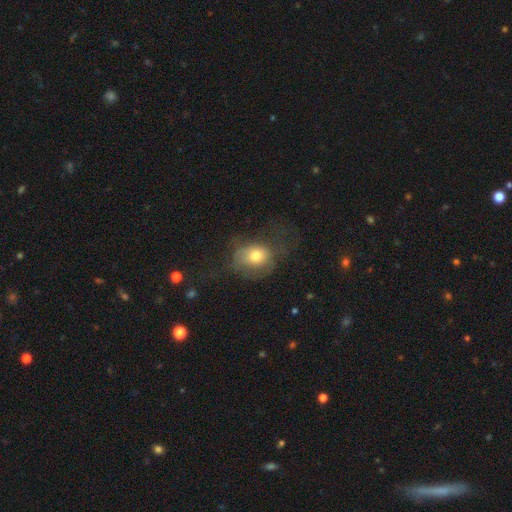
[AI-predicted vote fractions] Smooth or featured?
  - smooth: 69% *
  - featured or disk: 20%
  - star or artifact: 11%
How rounded?
  - round: 56% *
  - in between: 43%
  - cigar-shaped: 1%
Merging?
  - none: 38% *
  - major disturbance: 37%
  - minor disturbance: 23%
  - merger: 2%